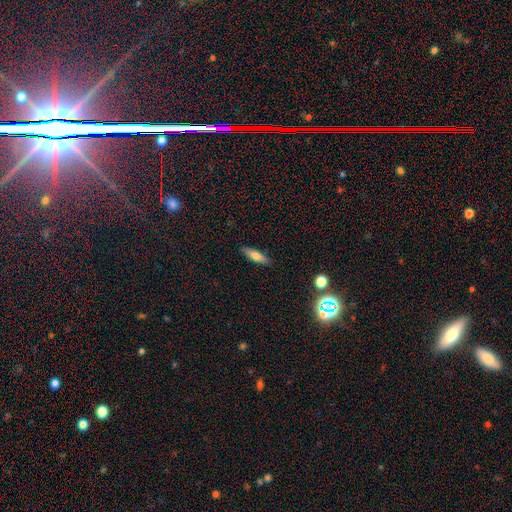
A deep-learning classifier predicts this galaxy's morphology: The model was most divided on "how rounded": cigar-shaped: 59%, in between: 39%, round: 2%. More confident: merging — none (89%); smooth or featured — smooth (71%).